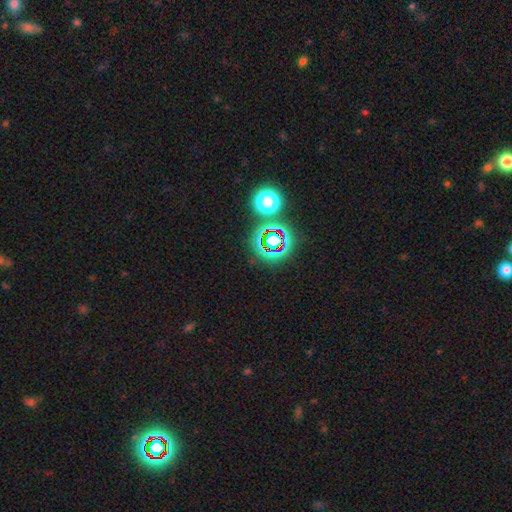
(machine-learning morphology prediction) This appears to be a star or artifact, not a galaxy (66%).